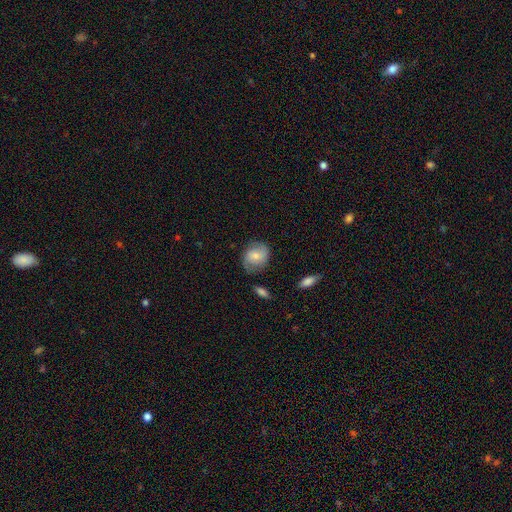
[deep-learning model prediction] Overall: smooth (59%; featured or disk 33%). How rounded: round (58%; in between 41%). Merging: none (69%).